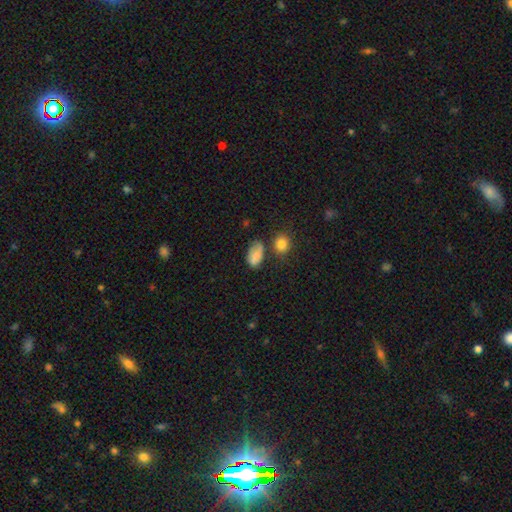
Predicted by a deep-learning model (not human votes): This is likely a smooth galaxy (79%). How rounded: clearly in between (89%). Merging: possibly none (50%).